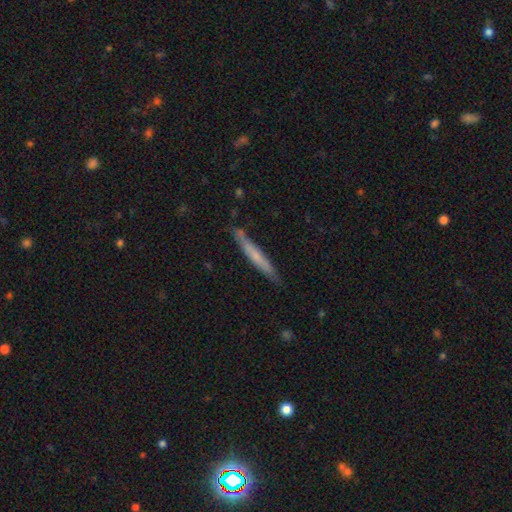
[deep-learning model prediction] Q: Smooth or featured?
A: smooth (55%); runner-up: featured or disk (39%)
Q: How rounded?
A: cigar-shaped (96%); runner-up: in between (3%)
Q: Merging?
A: none (82%); runner-up: minor disturbance (14%)